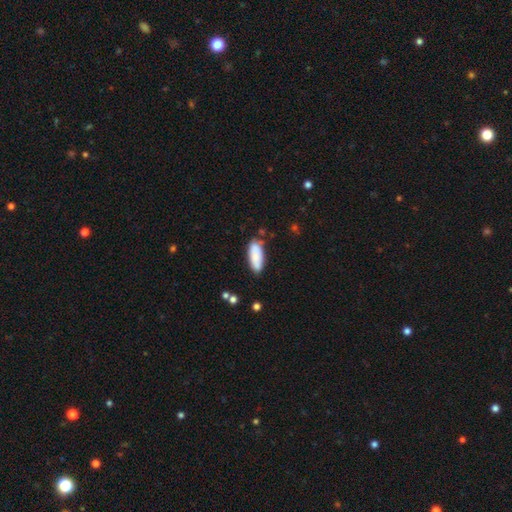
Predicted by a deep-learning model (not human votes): Smooth or featured? smooth (81%)
How rounded? in between (73%)
Merging? none (72%)